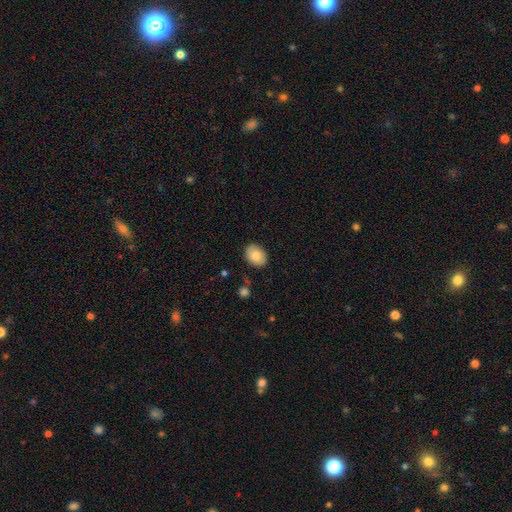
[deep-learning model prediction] A smooth galaxy with no disk features (83%) that is in between round and cigar-shaped (70%).

Vote fractions:
- Smooth or featured? smooth: 83% / featured or disk: 10% / star or artifact: 7%
- How rounded? in between: 70% / round: 29% / cigar-shaped: 1%
- Merging? none: 85% / minor disturbance: 11% / major disturbance: 2% / merger: 2%